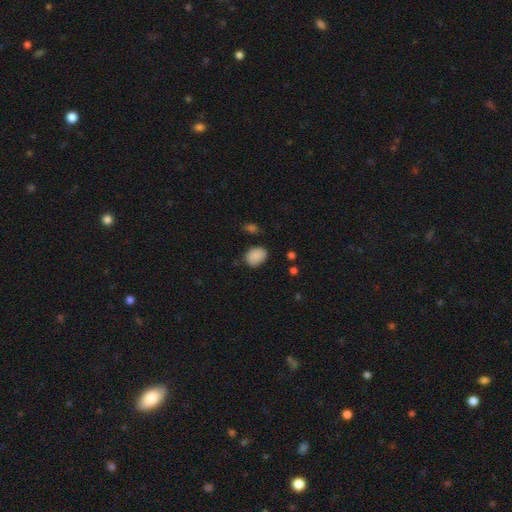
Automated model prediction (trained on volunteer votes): Smooth or featured? smooth (87%)
How rounded? in between (69%)
Merging? none (73%)